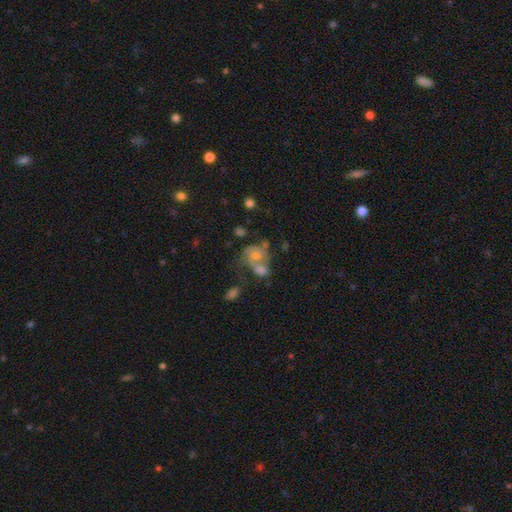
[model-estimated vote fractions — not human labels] This is likely a featured or disk galaxy (65%). It is clearly not viewed edge-on (97%). Bar: likely no (71%). Spiral arm pattern: clearly yes (83%). Spiral arm count: possibly 2 (60%). Spiral winding: possibly medium (48%). Central bulge: possibly moderate (52%). Merging: marginally merger (41%).